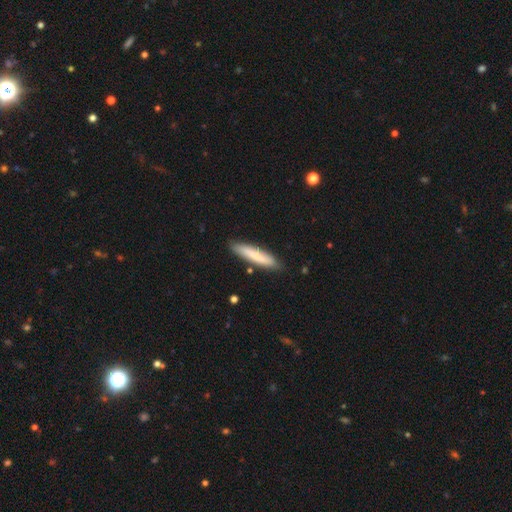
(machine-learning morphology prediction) Smooth or featured: smooth — 76% (featured or disk — 18%)
How rounded: cigar-shaped — 87% (in between — 12%)
Merging: none — 85% (minor disturbance — 11%)